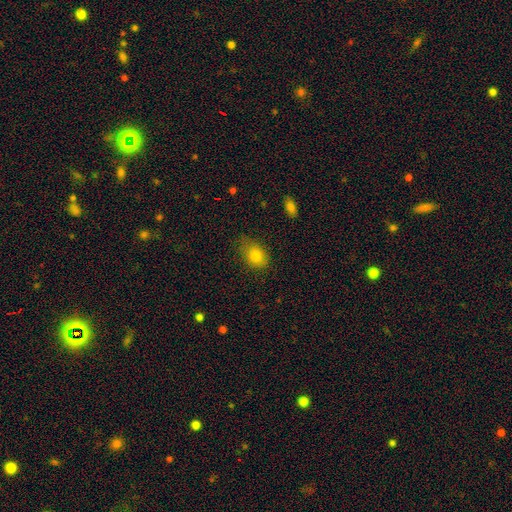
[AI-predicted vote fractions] A smooth galaxy with no disk features (81%) that is in between round and cigar-shaped (75%).

Vote fractions:
- Smooth or featured? smooth: 81% / star or artifact: 10% / featured or disk: 9%
- How rounded? in between: 75% / round: 23% / cigar-shaped: 2%
- Merging? none: 66% / minor disturbance: 26% / major disturbance: 7% / merger: 2%